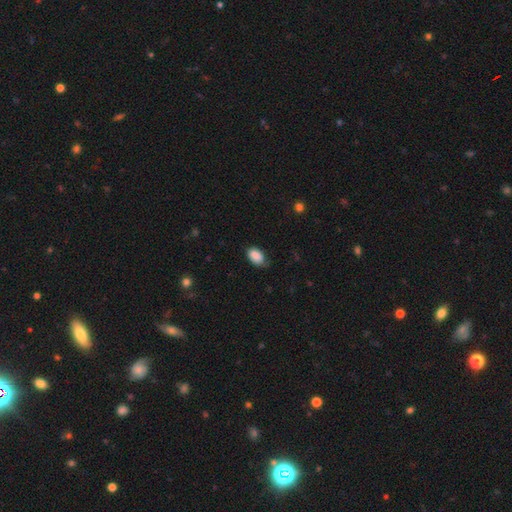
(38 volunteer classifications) Q: Smooth or featured?
A: smooth (87%); runner-up: star or artifact (8%)
Q: How rounded?
A: in between (94%); runner-up: round (6%)
Q: Merging?
A: none (74%); runner-up: minor disturbance (20%)